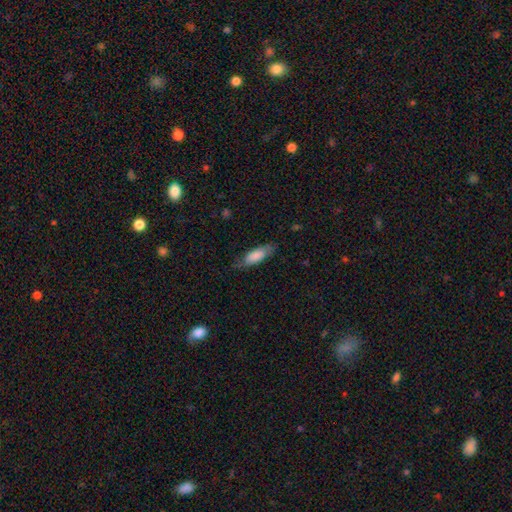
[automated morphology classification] A smooth galaxy with no disk features (68%) that is in between round and cigar-shaped (66%).

Vote fractions:
- Smooth or featured? smooth: 68% / featured or disk: 26% / star or artifact: 6%
- How rounded? in between: 66% / cigar-shaped: 32% / round: 2%
- Merging? none: 71% / minor disturbance: 22% / major disturbance: 6% / merger: 1%